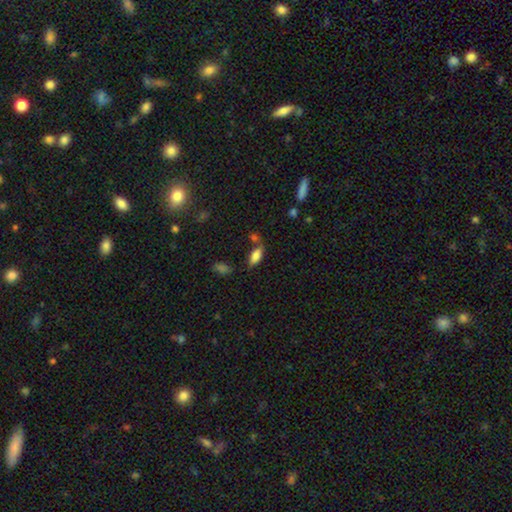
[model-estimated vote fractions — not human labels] The model was most divided on "merging": none: 58%, minor disturbance: 19%, merger: 16%, major disturbance: 6%. More confident: how rounded — in between (83%); smooth or featured — smooth (81%).